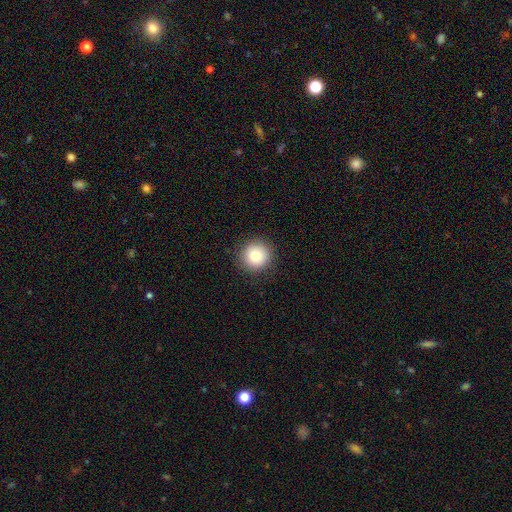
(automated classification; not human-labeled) Smooth or featured: smooth — 84% (star or artifact — 10%)
How rounded: round — 94% (in between — 5%)
Merging: none — 91% (minor disturbance — 6%)